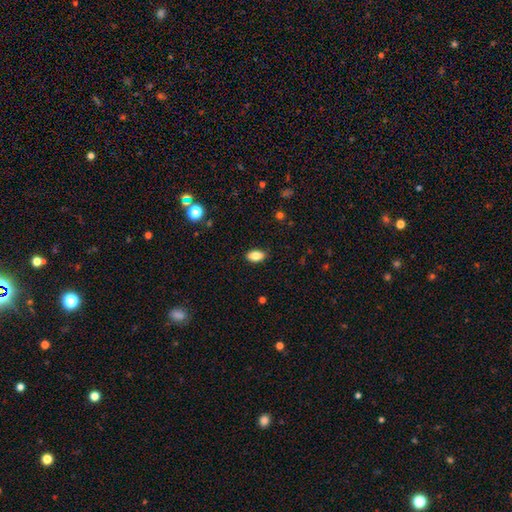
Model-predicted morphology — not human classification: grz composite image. It shows a smooth galaxy with no disk features (83%) that is in between round and cigar-shaped (90%). Merging: none (87%).